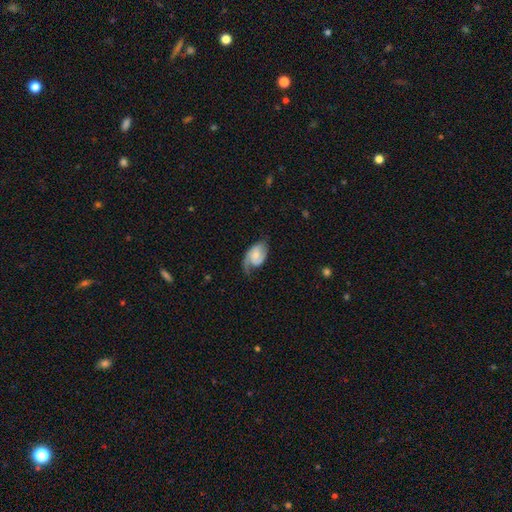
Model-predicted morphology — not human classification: type=featured or disk (68%); edge-on=no (97%); bar=no (57%); spiral arms=yes (93%); winding=medium (42%); arm count=2 (52%); bulge=small (40%); merging=none (47%).